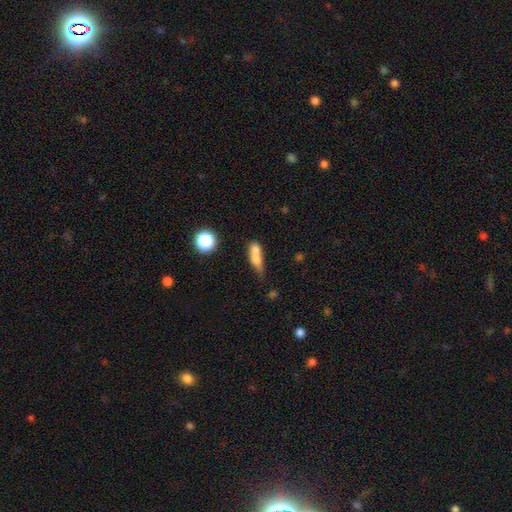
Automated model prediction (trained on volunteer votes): The model was most divided on "how rounded": in between: 50%, cigar-shaped: 33%, round: 17%. Remaining: smooth or featured — smooth (67%); merging — merger (49%).